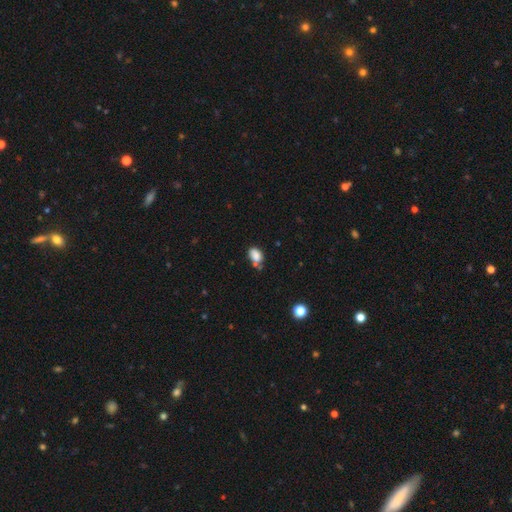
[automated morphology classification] type=smooth (83%); roundness=in between (82%); merging=none (51%).